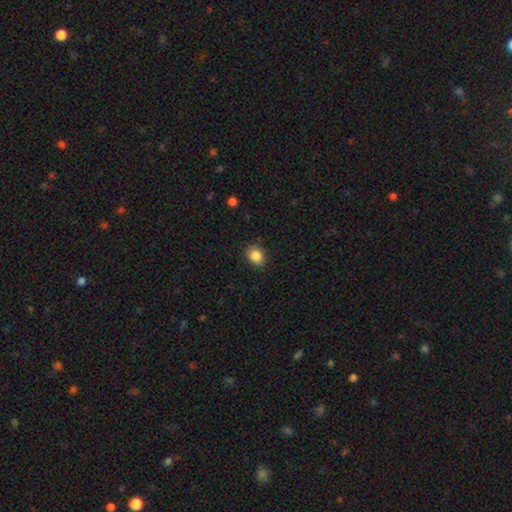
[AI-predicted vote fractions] A smooth galaxy with no disk features (87%) that is round (50%). Merging: none (87%).